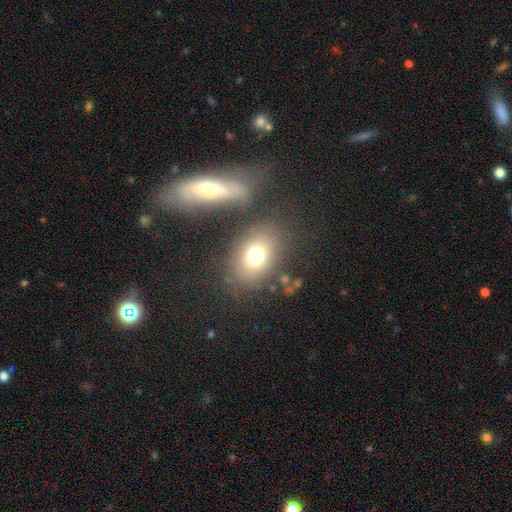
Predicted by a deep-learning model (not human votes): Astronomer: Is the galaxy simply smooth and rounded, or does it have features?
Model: smooth — 72%.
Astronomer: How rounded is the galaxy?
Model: in between — 64%.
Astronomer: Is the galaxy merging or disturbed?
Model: none — 71%.